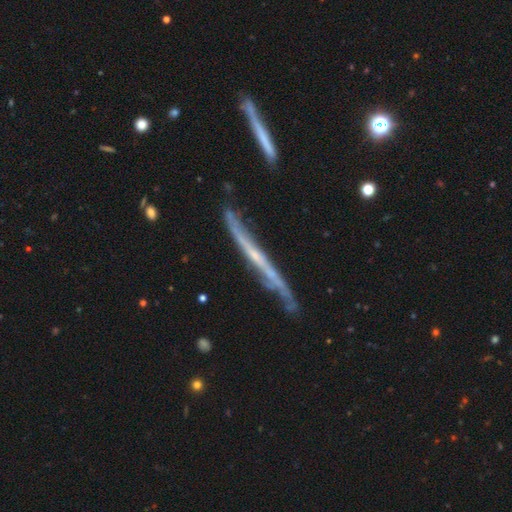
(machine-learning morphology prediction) Smooth or featured? featured or disk (77%)
Edge-on disk? yes (84%)
Edge-on bulge? none (66%)
Merging? none (64%)